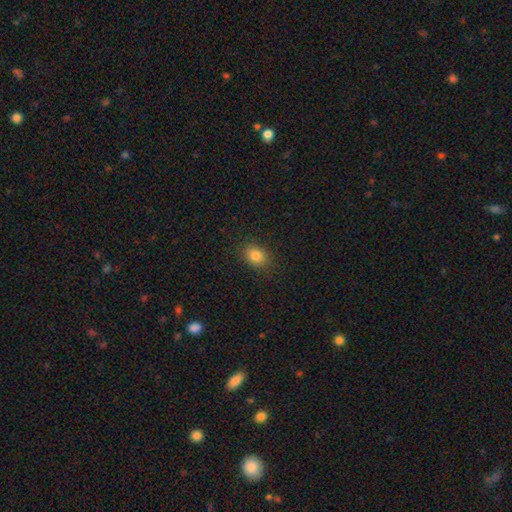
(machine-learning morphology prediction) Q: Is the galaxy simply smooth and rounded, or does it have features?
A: smooth — 82%.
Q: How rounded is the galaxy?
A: in between — 57%.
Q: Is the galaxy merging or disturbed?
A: none — 87%.